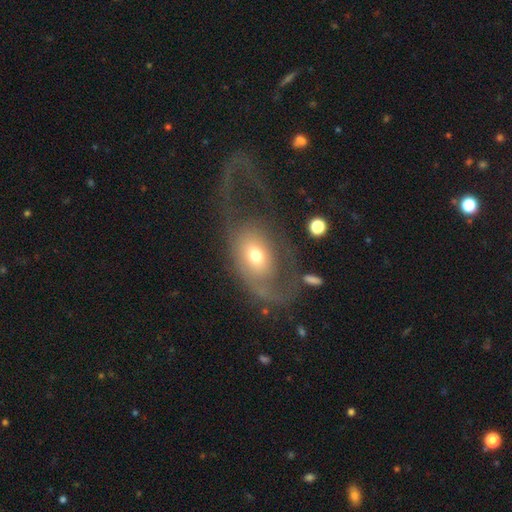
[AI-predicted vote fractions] smooth-or-featured: featured or disk: 57% | smooth: 35% | star or artifact: 8%
  disk-edge-on: no: 94% | yes: 6%
    bar: no: 76% | weak: 19% | strong: 5%
    has-spiral-arms: yes: 62% | no: 38%
    bulge-size: moderate: 61% | small: 27% | large: 9% | dominant: 2% | none: 1%
  merging: major disturbance: 52% | none: 29% | minor disturbance: 15% | merger: 4%